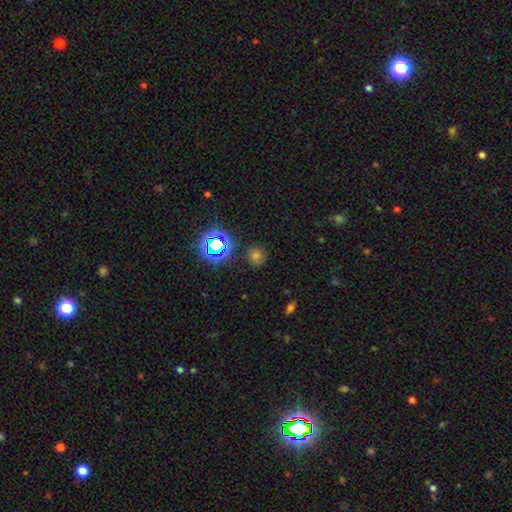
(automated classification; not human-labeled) Q: Smooth or featured?
A: smooth (56%); runner-up: star or artifact (38%)
Q: How rounded?
A: round (88%); runner-up: in between (10%)
Q: Merging?
A: none (85%); runner-up: minor disturbance (9%)